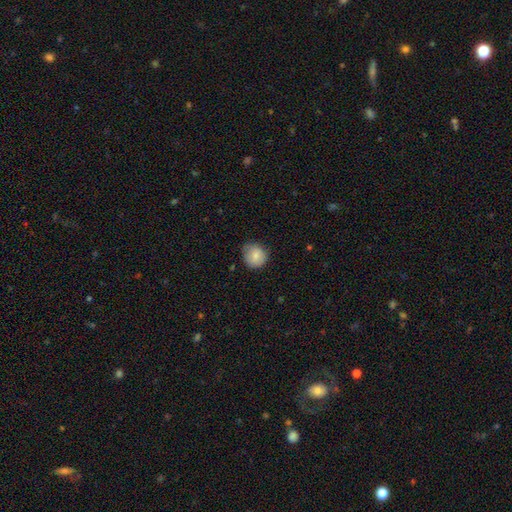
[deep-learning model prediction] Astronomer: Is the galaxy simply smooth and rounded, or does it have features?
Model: smooth — 77%.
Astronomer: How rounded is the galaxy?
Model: round — 84%.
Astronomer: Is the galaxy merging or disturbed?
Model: none — 68%.